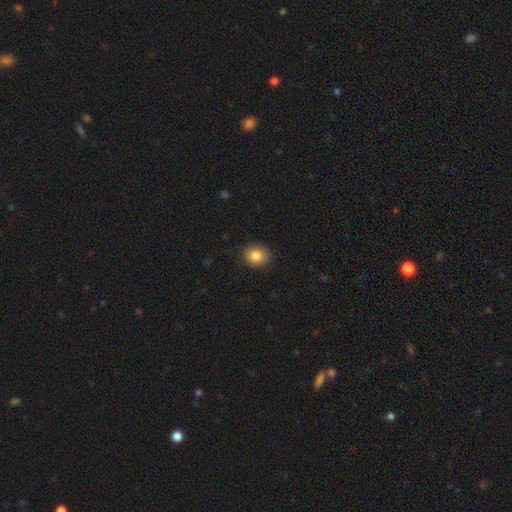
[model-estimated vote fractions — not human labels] The model was most divided on "how rounded": round: 66%, in between: 33%, cigar-shaped: 1%. More confident: merging — none (88%); smooth or featured — smooth (85%).